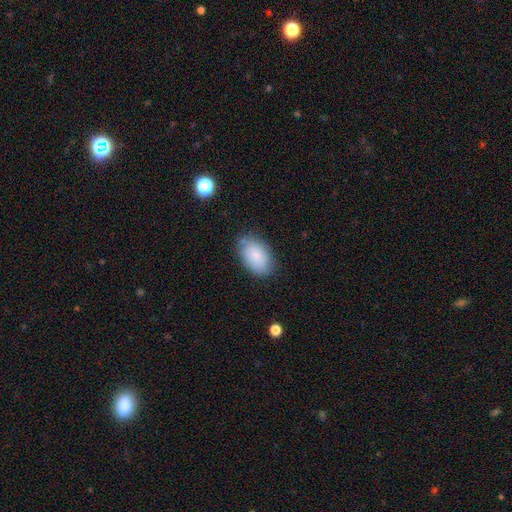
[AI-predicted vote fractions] smooth_or_featured: smooth (p=0.83) [alt: featured or disk p=0.10]
how_rounded: in between (p=0.91) [alt: round p=0.08]
merging: none (p=0.75) [alt: minor disturbance p=0.19]